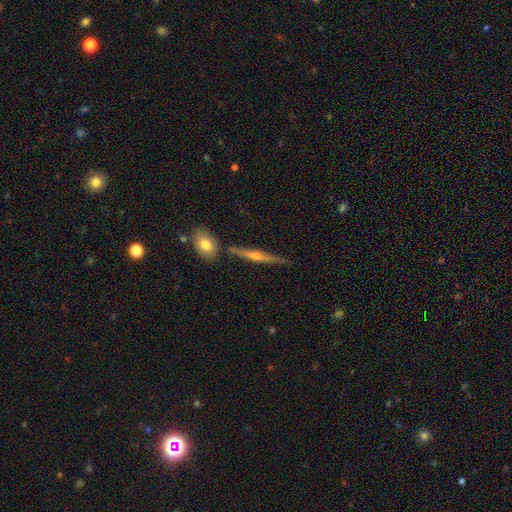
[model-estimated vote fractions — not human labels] Smooth or featured?
  - featured or disk: 74% *
  - smooth: 19%
  - star or artifact: 7%
Edge-on disk?
  - yes: 97% *
  - no: 3%
Edge-on bulge?
  - rounded: 87% *
  - none: 8%
  - boxy: 5%
Merging?
  - none: 84% *
  - minor disturbance: 9%
  - merger: 4%
  - major disturbance: 2%